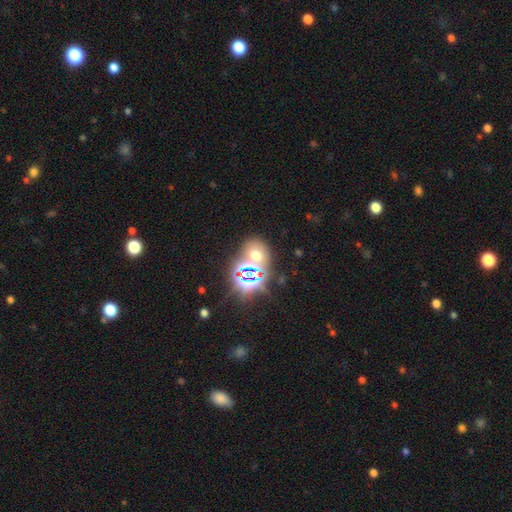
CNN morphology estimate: type=star or artifact (46%).